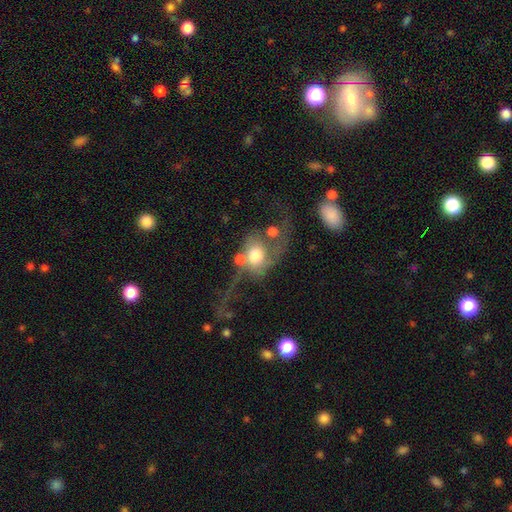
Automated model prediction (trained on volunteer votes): featured or disk 51%, smooth 39%, star or artifact 10%. Down the decision tree: edge-on disk — no (93%); merging — major disturbance (37%).